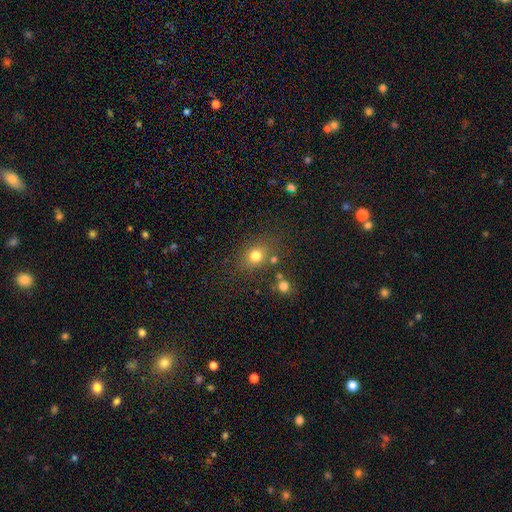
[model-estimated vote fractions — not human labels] Morphology: type=smooth (75%); roundness=round (61%); merging=none (72%).